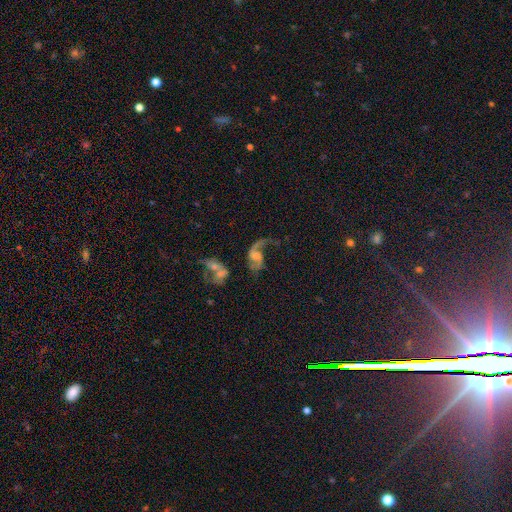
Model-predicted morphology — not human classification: Smooth or featured? featured or disk (80%)
Edge-on disk? no (97%)
Bar? no (54%)
Spiral arms? yes (91%)
Spiral winding? loose (79%)
Spiral arm count? 2 (70%)
Bulge size? none (32%, tied with small)
Merging? major disturbance (33%)